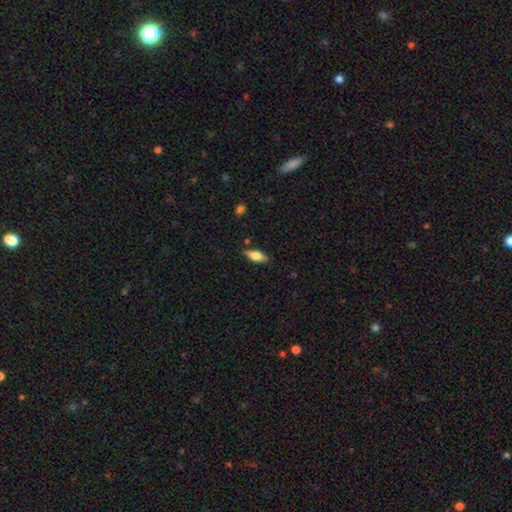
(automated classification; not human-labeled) Overall: smooth (73%). How rounded: in between (77%). Merging: none (82%).